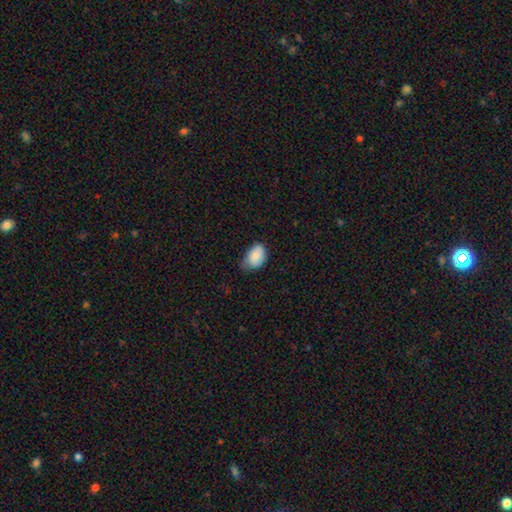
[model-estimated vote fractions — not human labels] Overall: smooth (82%). How rounded: in between (84%). Merging: none (49%; minor disturbance 41%).